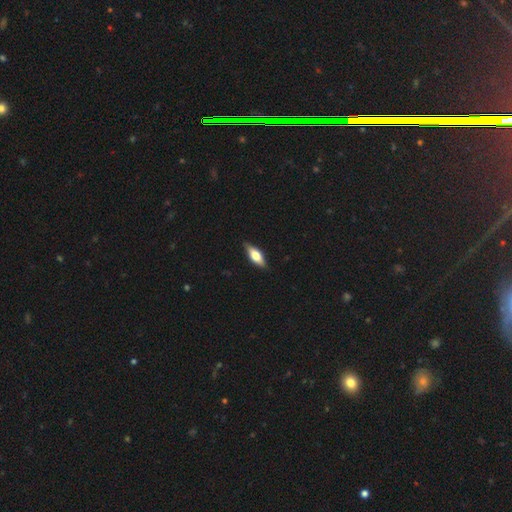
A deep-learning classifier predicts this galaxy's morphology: Smooth or featured? Predicted: smooth (p=0.50). How rounded? Predicted: in between (p=0.64). Merging? Predicted: none (p=0.85).